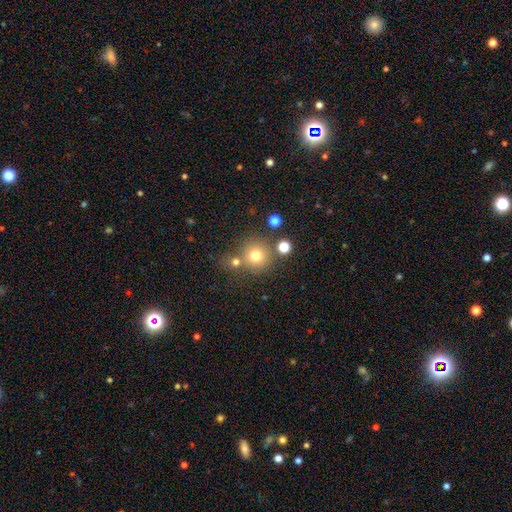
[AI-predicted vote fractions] Overall: smooth (74%). How rounded: round (92%). Merging: none (70%).